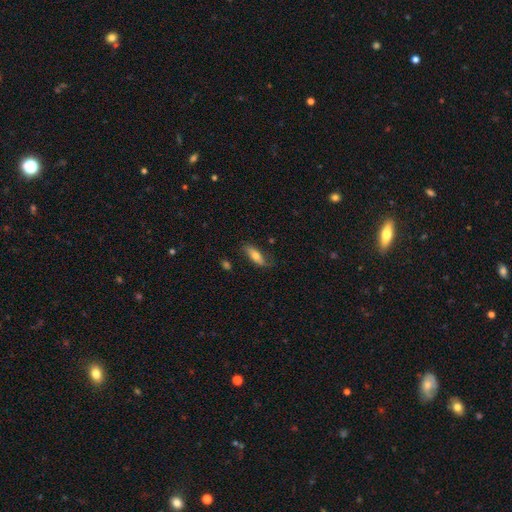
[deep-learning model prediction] This is likely a smooth galaxy (64%). How rounded: likely in between (67%). Merging: likely none (69%).